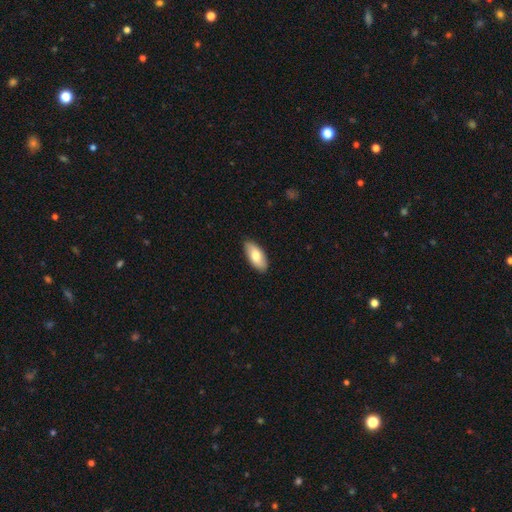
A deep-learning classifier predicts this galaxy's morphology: Smooth or featured: smooth — 77% (featured or disk — 18%)
How rounded: in between — 88% (cigar-shaped — 10%)
Merging: none — 88% (minor disturbance — 10%)